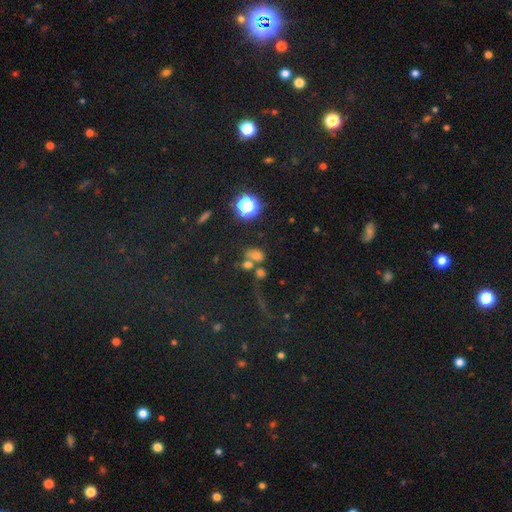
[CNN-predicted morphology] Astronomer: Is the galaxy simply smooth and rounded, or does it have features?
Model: smooth — 61%.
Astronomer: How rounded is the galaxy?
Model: in between — 60% (runner-up: round, 37%).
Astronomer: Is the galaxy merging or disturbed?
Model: none — 43% (runner-up: merger, 37%).